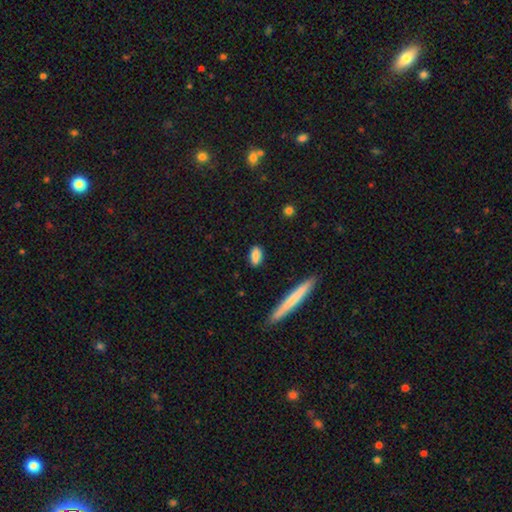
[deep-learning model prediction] smooth-or-featured: smooth: 83% | featured or disk: 10% | star or artifact: 7%
  how-rounded: in between: 78% | cigar-shaped: 16% | round: 6%
  merging: none: 85% | minor disturbance: 11% | major disturbance: 3% | merger: 2%